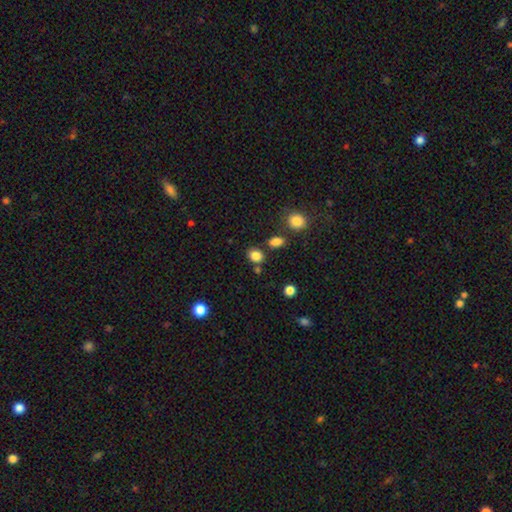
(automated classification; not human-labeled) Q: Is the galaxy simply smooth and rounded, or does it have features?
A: smooth — 84%.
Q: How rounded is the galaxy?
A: round — 54%.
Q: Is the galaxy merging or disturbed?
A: none — 74%.